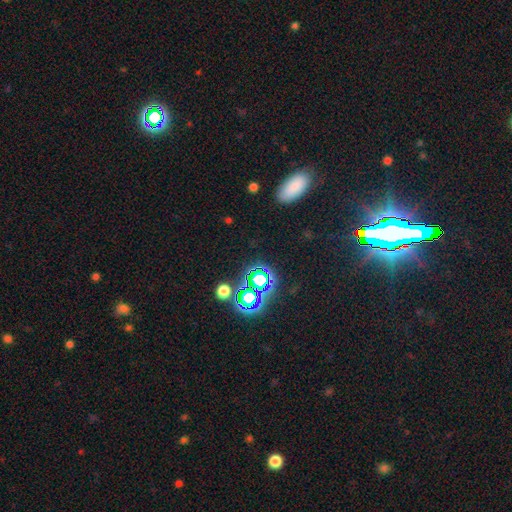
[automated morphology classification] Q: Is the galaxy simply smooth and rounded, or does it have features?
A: star or artifact — 64%.